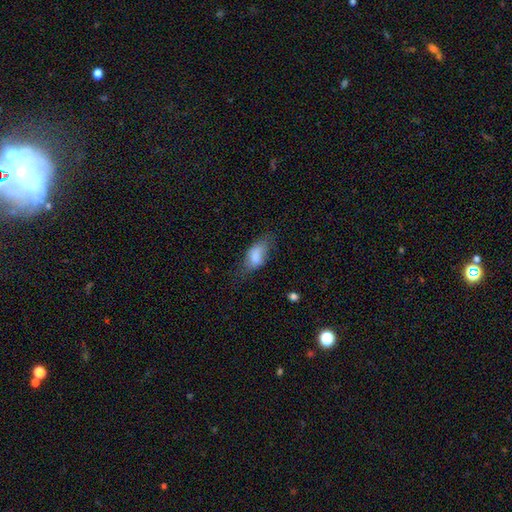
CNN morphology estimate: The model was most divided on "merging": none: 46%, minor disturbance: 32%, major disturbance: 20%, merger: 2%. More confident: how rounded — in between (87%); smooth or featured — smooth (74%).